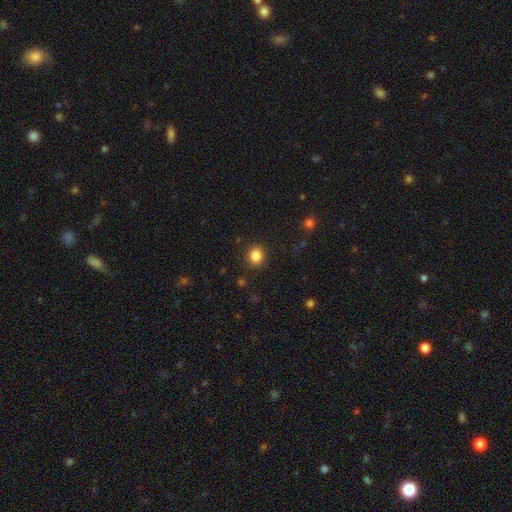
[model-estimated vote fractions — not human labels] Smooth or featured? Predicted: smooth (p=0.85). How rounded? Predicted: round (p=0.73). Merging? Predicted: none (p=0.89).